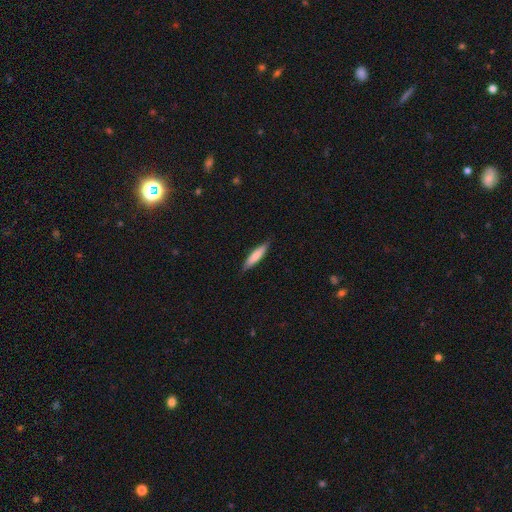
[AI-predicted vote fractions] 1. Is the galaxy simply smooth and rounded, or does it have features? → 78% smooth, 17% featured or disk, 5% star or artifact.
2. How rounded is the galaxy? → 82% cigar-shaped, 17% in between, 1% round.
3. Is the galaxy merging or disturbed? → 87% none, 10% minor disturbance, 2% major disturbance, 1% merger.